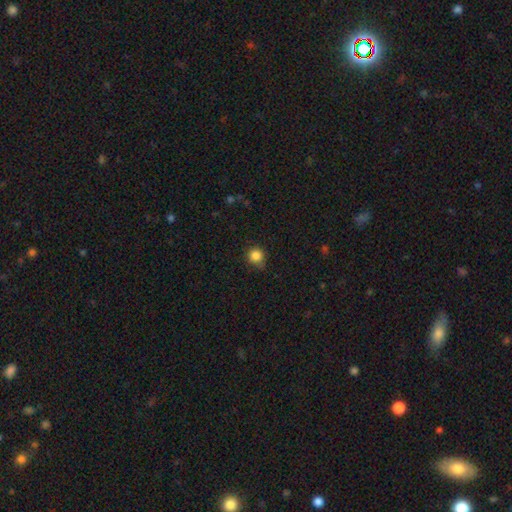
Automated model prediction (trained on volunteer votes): The model was most divided on "merging": none: 78%, minor disturbance: 18%, major disturbance: 3%, merger: 1%. More confident: how rounded — round (90%); smooth or featured — smooth (85%).